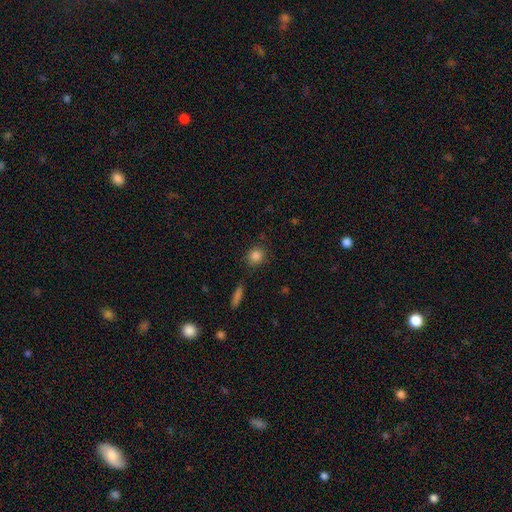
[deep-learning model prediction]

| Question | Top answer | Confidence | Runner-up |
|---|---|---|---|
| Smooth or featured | smooth | 85% | star or artifact (10%) |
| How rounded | round | 82% | in between (16%) |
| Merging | none | 85% | minor disturbance (10%) |